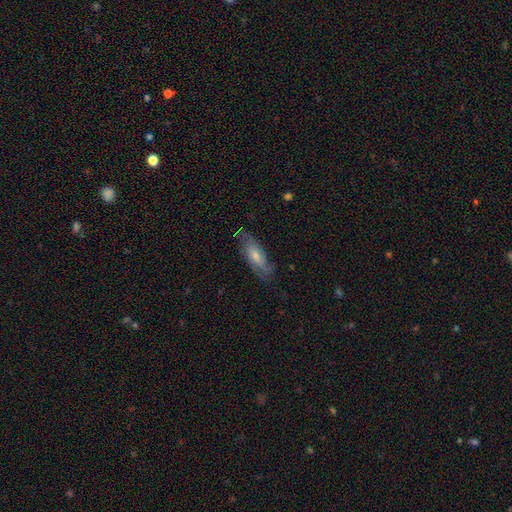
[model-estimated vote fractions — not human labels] Morphology: type=featured or disk (50%); edge-on=no (81%); merging=none (73%).